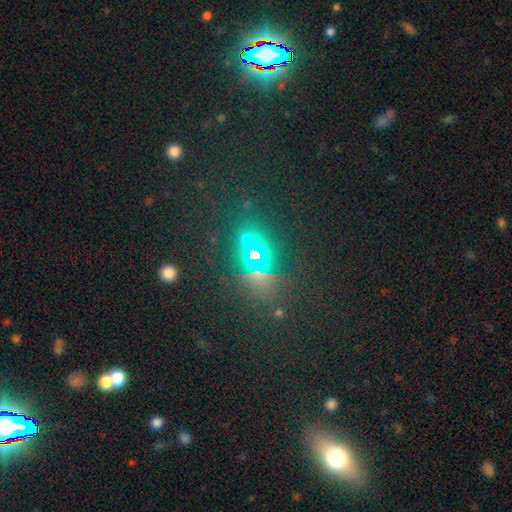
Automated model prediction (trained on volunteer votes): Smooth or featured?
  - star or artifact: 58% *
  - smooth: 31%
  - featured or disk: 11%